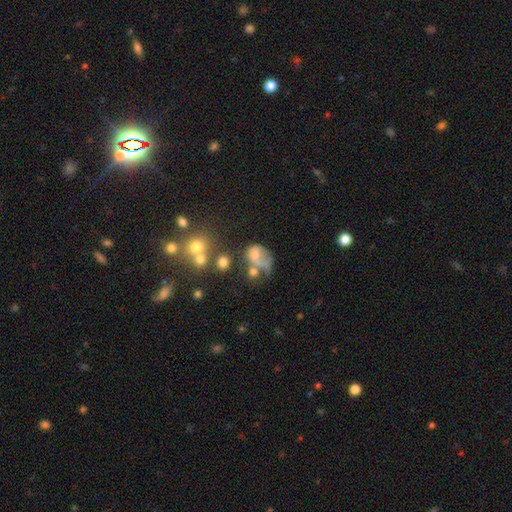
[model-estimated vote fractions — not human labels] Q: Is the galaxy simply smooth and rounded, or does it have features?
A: smooth — 54%.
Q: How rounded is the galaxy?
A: in between — 59%.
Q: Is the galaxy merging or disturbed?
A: major disturbance — 37%.